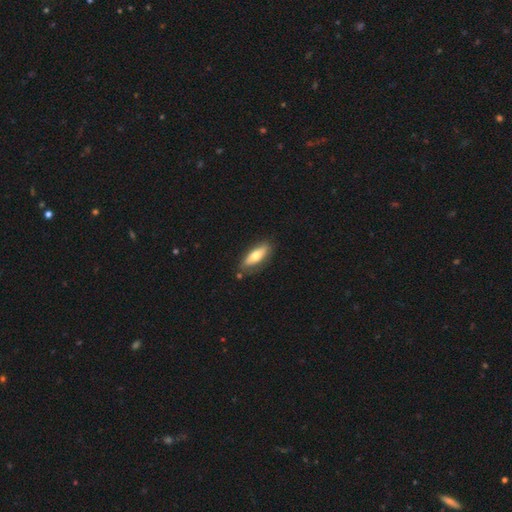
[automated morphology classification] type=smooth (60%); roundness=in between (58%); merging=none (80%).